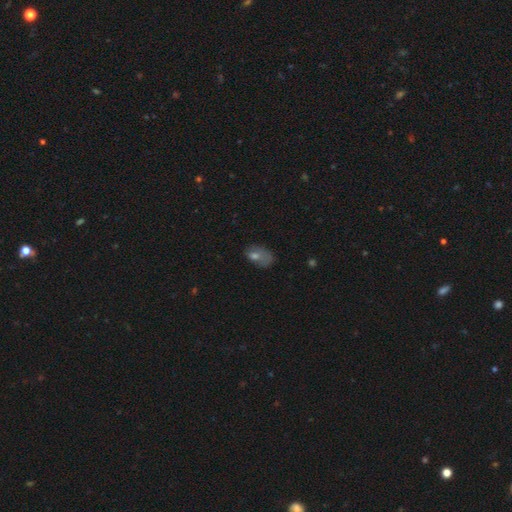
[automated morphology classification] Smooth or featured: smooth — 56% (featured or disk — 27%)
How rounded: in between — 79% (round — 19%)
Merging: none — 42% (minor disturbance — 29%)